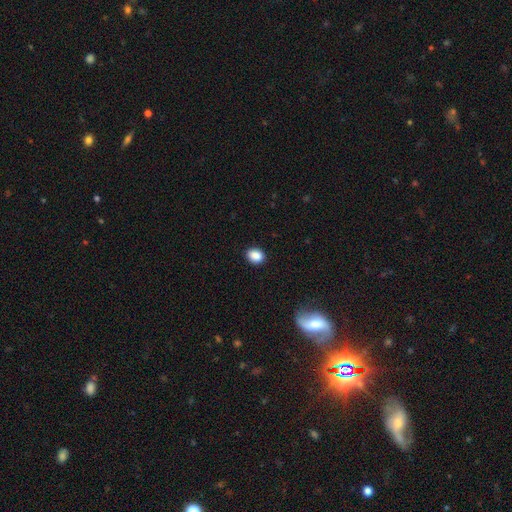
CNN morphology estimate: A smooth galaxy with no disk features (88%) that is in between round and cigar-shaped (58%). Merging: none (89%).